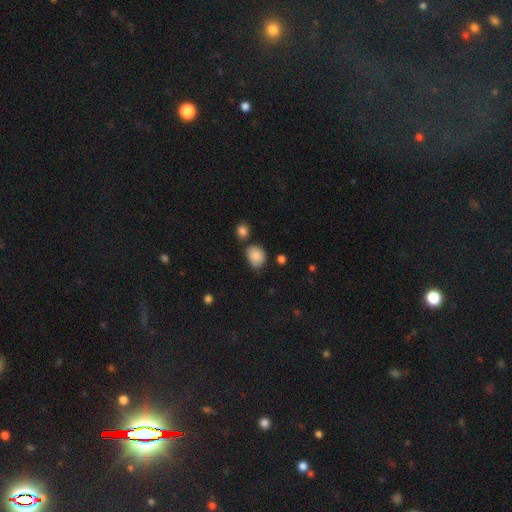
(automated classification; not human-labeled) This appears to be a smooth galaxy with no disk features (86%) that is in between round and cigar-shaped (57%). Merging: none (61%).